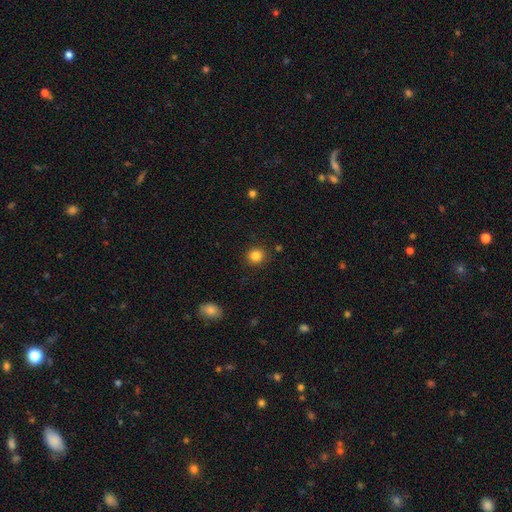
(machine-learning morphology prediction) The model was most divided on "how rounded": round: 84%, in between: 15%, cigar-shaped: 1%. More confident: merging — none (89%); smooth or featured — smooth (84%).